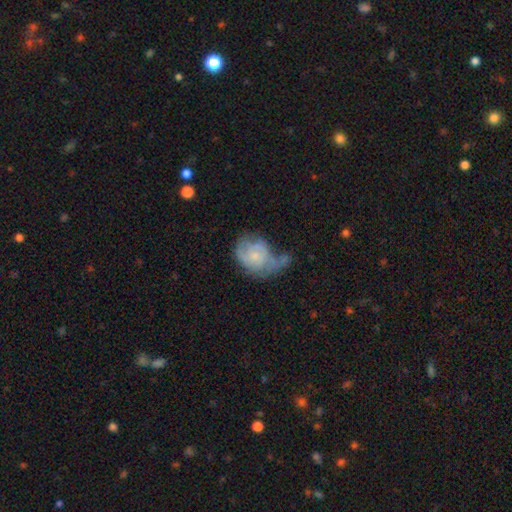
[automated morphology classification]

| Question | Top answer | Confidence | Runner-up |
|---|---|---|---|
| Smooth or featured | featured or disk | 52% | smooth (40%) |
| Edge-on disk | no | 97% | yes (3%) |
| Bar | no | 80% | weak (17%) |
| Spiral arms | yes | 65% | no (35%) |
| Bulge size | small | 60% | moderate (24%) |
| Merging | major disturbance | 29% | minor disturbance (25%) |